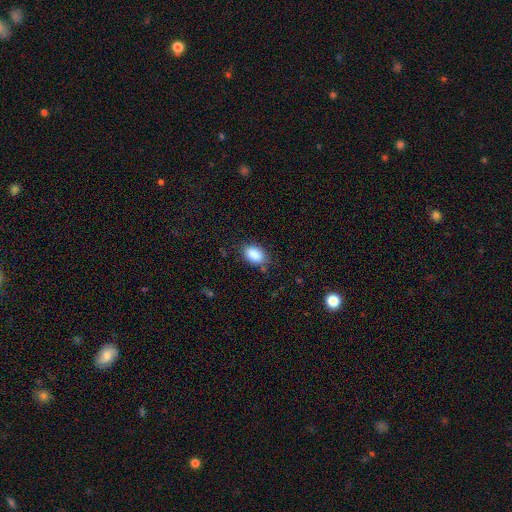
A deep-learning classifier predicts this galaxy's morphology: The model was most divided on "merging": none: 78%, minor disturbance: 16%, major disturbance: 4%, merger: 2%. More confident: smooth or featured — smooth (88%); how rounded — in between (87%).